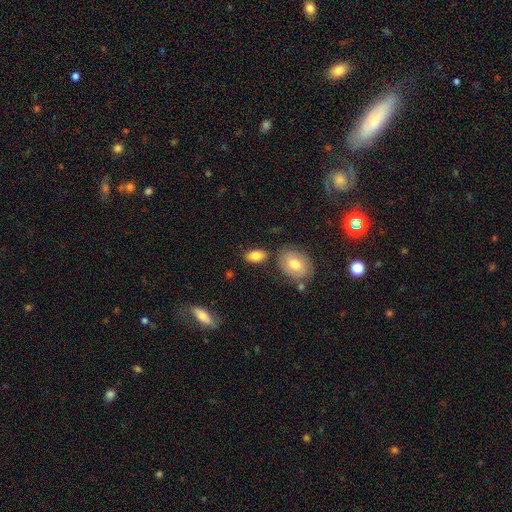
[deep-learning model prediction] smooth-or-featured: smooth: 81% | featured or disk: 11% | star or artifact: 7%
  how-rounded: in between: 90% | round: 8% | cigar-shaped: 2%
  merging: none: 75% | minor disturbance: 13% | merger: 8% | major disturbance: 4%